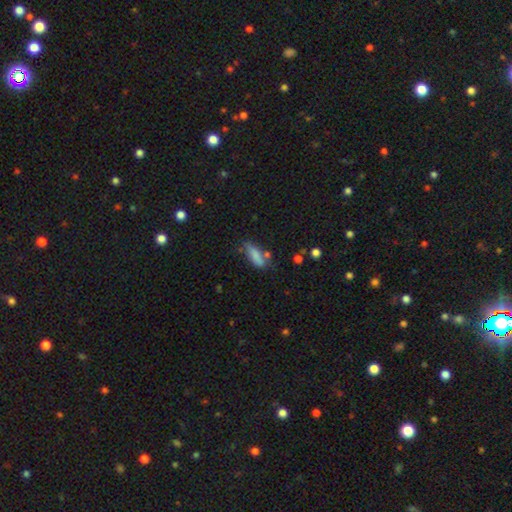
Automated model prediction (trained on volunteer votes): Smooth or featured? Predicted: smooth (p=0.80). How rounded? Predicted: in between (p=0.57). Merging? Predicted: none (p=0.58).